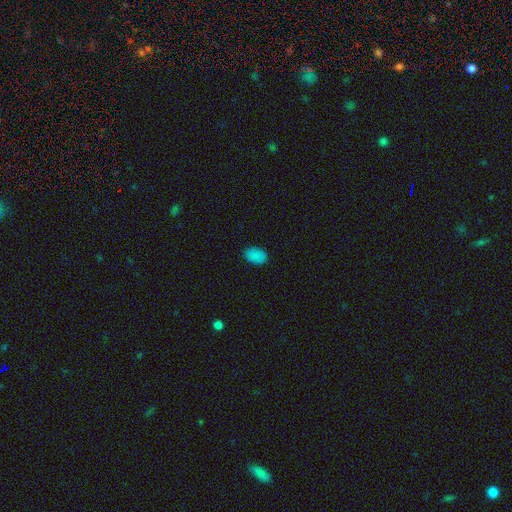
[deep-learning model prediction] This appears to be a smooth galaxy with no disk features (86%) that is in between round and cigar-shaped (89%). Merging: none (87%).